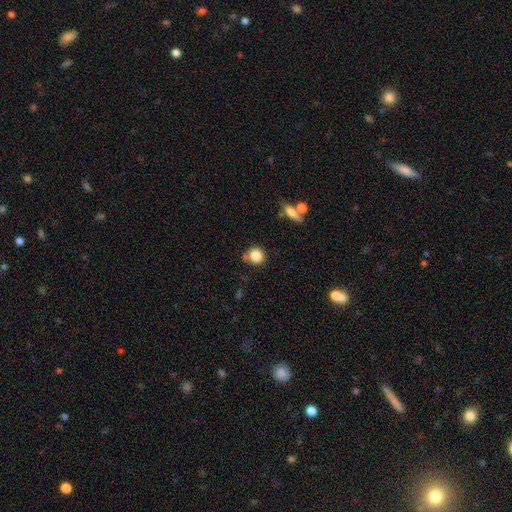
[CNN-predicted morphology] smooth_or_featured: smooth (p=0.84) [alt: star or artifact p=0.10]
how_rounded: round (p=0.90) [alt: in between p=0.09]
merging: none (p=0.72) [alt: minor disturbance p=0.14]